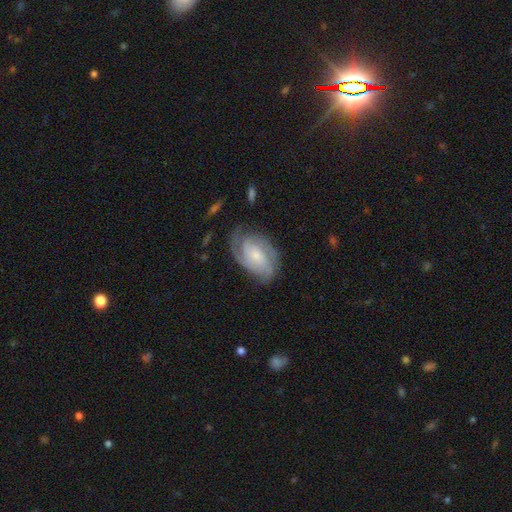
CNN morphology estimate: Smooth or featured? featured or disk (79%)
Edge-on disk? no (97%)
Bar? no (62%)
Spiral arms? yes (95%)
Spiral winding? tight (54%)
Spiral arm count? 2 (39%)
Bulge size? small (52%)
Merging? none (67%)